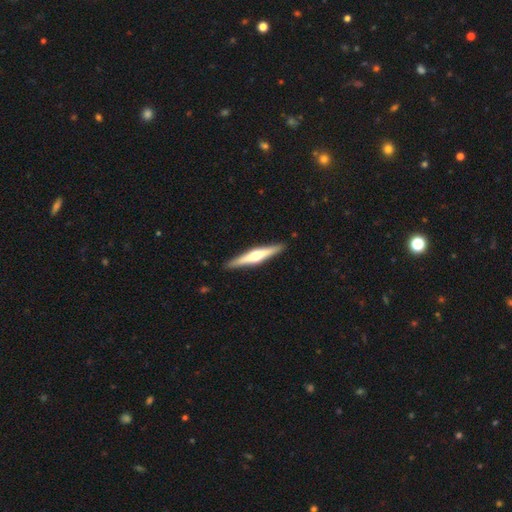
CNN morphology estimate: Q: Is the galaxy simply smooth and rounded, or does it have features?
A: featured or disk — 67%.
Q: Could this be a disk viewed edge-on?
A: yes — 97%.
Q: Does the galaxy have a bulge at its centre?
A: rounded — 90%.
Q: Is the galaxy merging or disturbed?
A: none — 91%.